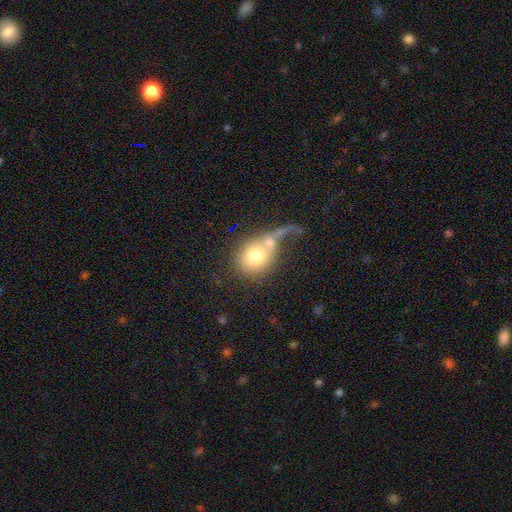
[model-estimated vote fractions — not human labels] Smooth or featured?
  - smooth: 69% *
  - featured or disk: 23%
  - star or artifact: 9%
How rounded?
  - round: 75% *
  - in between: 23%
  - cigar-shaped: 2%
Merging?
  - merger: 42% *
  - major disturbance: 26%
  - none: 21%
  - minor disturbance: 10%